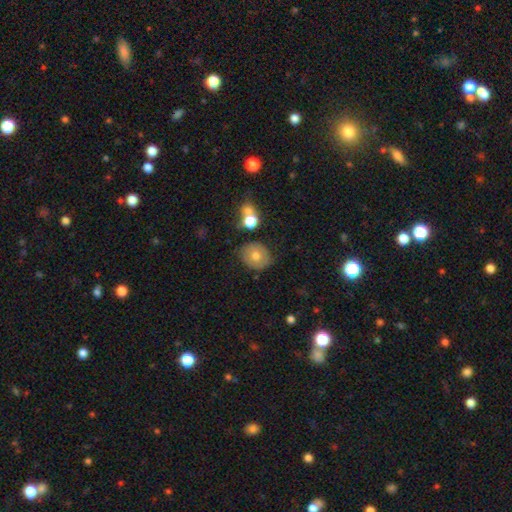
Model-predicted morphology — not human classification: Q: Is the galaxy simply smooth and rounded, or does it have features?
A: smooth — 64%.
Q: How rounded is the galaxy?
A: round — 71%.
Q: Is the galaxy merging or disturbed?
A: none — 75%.